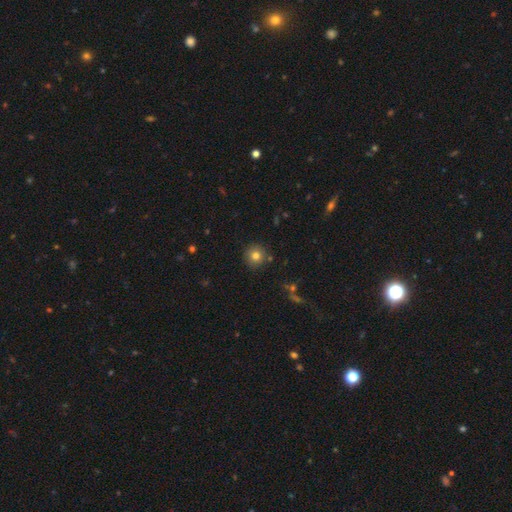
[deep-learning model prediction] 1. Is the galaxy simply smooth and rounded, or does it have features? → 79% smooth, 12% star or artifact, 9% featured or disk.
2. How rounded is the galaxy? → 94% round, 5% in between, 1% cigar-shaped.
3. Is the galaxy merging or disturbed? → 88% none, 7% minor disturbance, 3% merger, 2% major disturbance.